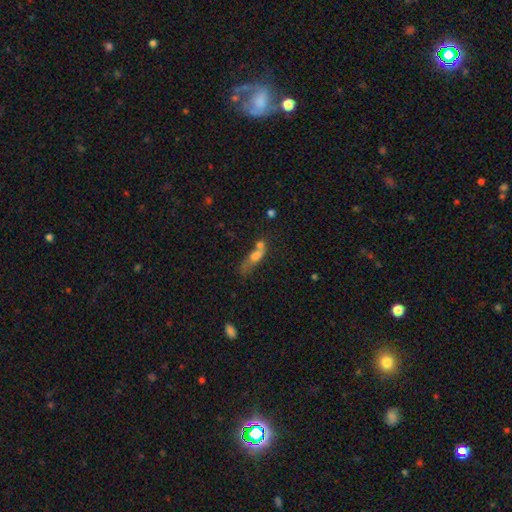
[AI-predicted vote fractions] smooth 63%, featured or disk 26%, star or artifact 11%. Down the decision tree: how rounded — in between (55%); merging — merger (41%).